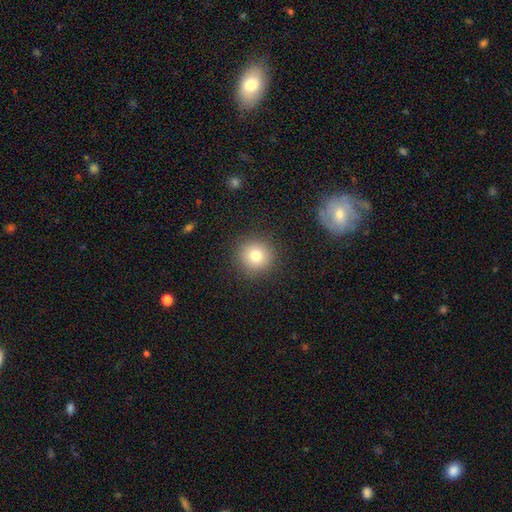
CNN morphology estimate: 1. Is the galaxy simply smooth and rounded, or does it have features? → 77% smooth, 12% star or artifact, 11% featured or disk.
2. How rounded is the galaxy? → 93% round, 6% in between, 1% cigar-shaped.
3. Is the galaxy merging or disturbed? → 90% none, 6% minor disturbance, 2% major disturbance, 1% merger.